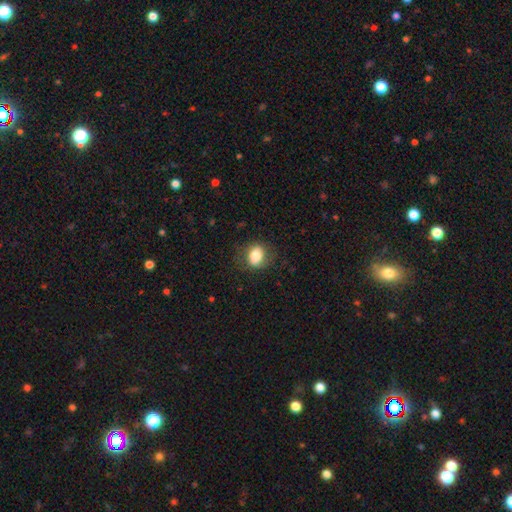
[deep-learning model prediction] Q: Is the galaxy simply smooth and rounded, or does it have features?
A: smooth — 82%.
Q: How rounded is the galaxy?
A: in between — 58%.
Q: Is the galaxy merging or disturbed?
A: none — 74%.